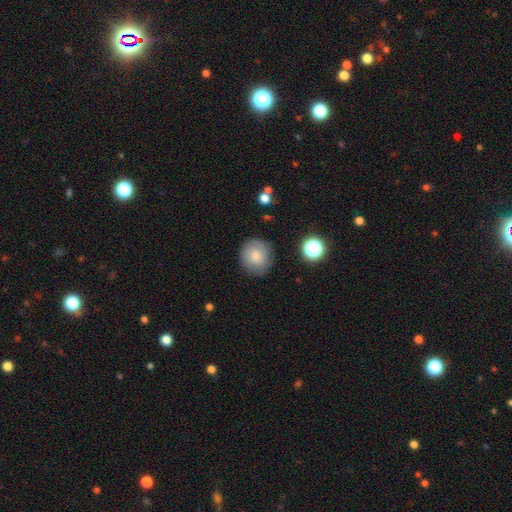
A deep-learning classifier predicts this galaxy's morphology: smooth 79%, featured or disk 12%, star or artifact 9%. Down the decision tree: how rounded — round (88%); merging — none (84%).